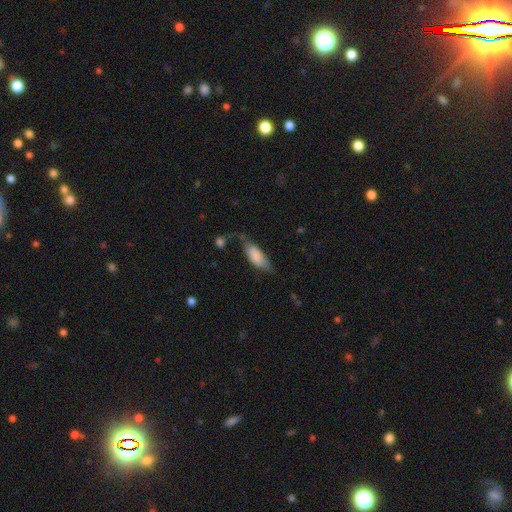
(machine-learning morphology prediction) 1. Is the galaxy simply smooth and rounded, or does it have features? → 78% smooth, 15% featured or disk, 6% star or artifact.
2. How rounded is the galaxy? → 82% in between, 16% cigar-shaped, 2% round.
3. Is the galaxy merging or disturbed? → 38% none, 34% minor disturbance, 21% major disturbance, 7% merger.